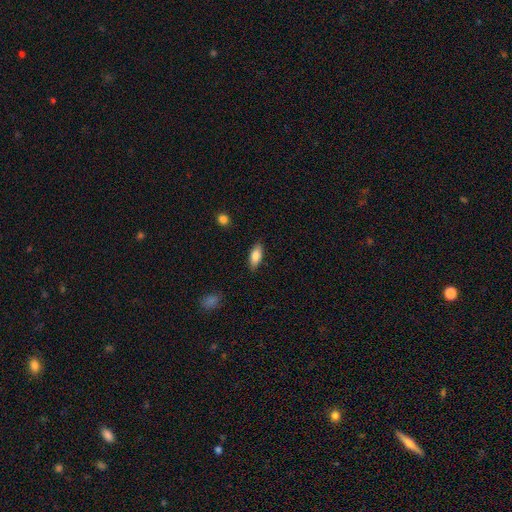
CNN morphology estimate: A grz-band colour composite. It shows a smooth galaxy with no disk features (81%) that is in between round and cigar-shaped (81%). Merging: none (86%).